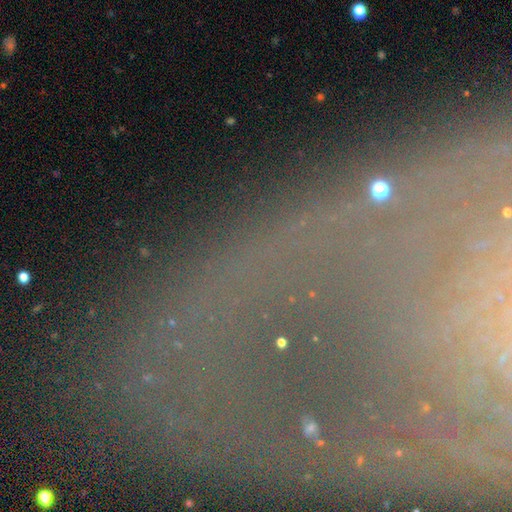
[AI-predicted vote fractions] The model was most divided on "smooth or featured": star or artifact: 71%, featured or disk: 15%, smooth: 13%.